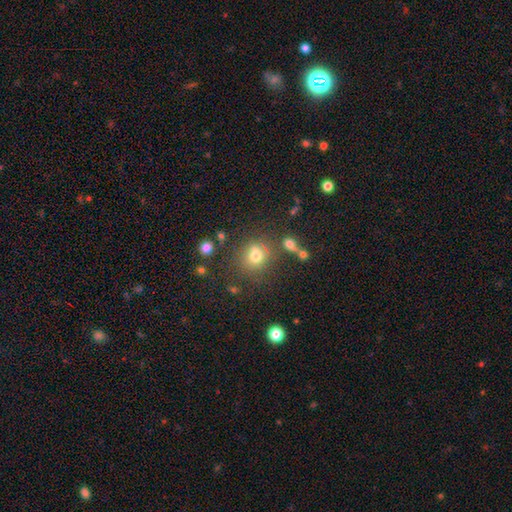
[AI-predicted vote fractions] This appears to be a smooth galaxy with no disk features (74%) that is round (81%). Merging: none (69%).